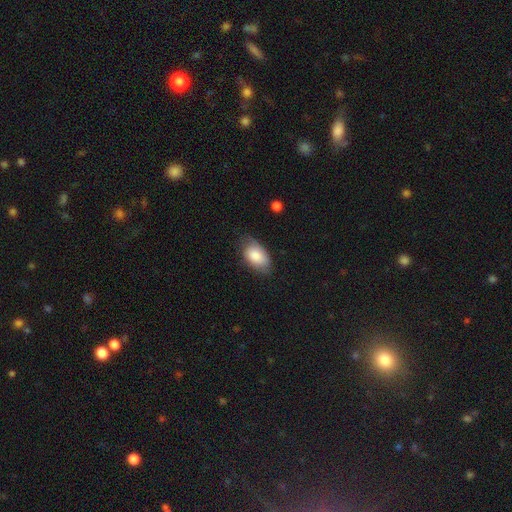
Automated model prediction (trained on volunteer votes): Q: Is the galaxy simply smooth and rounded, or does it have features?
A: smooth — 82%.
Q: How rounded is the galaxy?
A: in between — 93%.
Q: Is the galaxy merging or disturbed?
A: none — 64%.